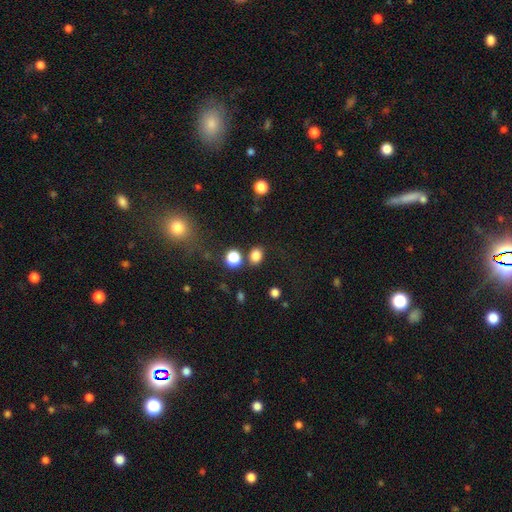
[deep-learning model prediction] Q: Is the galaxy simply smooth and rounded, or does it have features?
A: smooth — 81%.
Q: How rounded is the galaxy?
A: round — 52%.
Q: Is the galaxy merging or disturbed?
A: none — 75%.